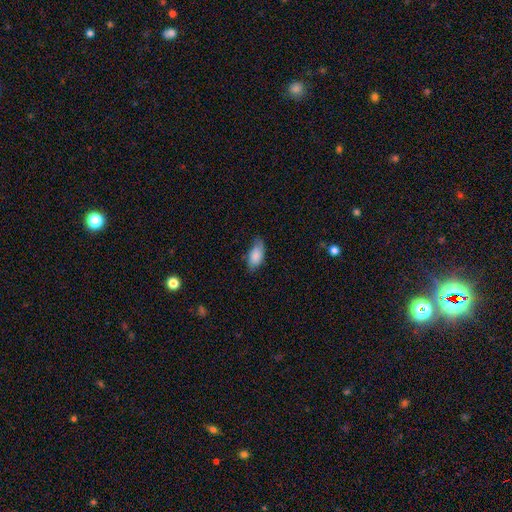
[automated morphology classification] smooth 80%, featured or disk 14%, star or artifact 7%. Down the decision tree: how rounded — in between (92%); merging — none (63%).